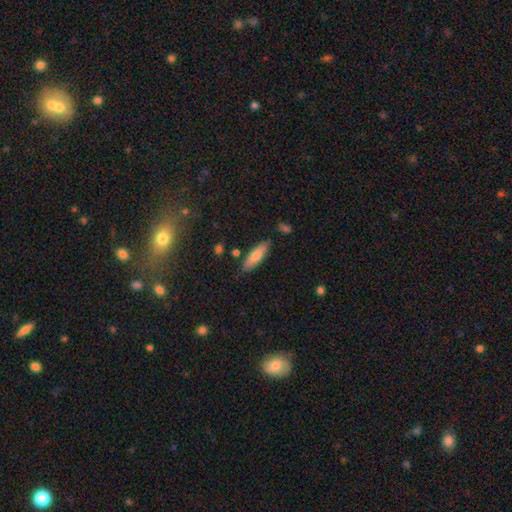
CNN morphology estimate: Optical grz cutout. It shows a smooth galaxy with no disk features (79%) that is in between round and cigar-shaped (50%). Merging: none (83%).